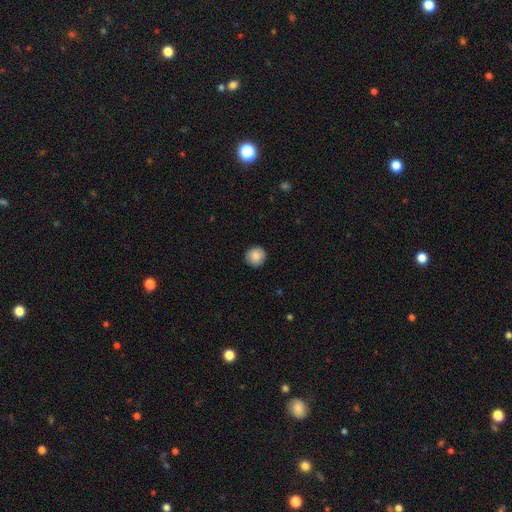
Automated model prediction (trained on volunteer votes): Q: Smooth or featured?
A: smooth (87%); runner-up: star or artifact (8%)
Q: How rounded?
A: round (95%); runner-up: in between (4%)
Q: Merging?
A: none (91%); runner-up: minor disturbance (7%)